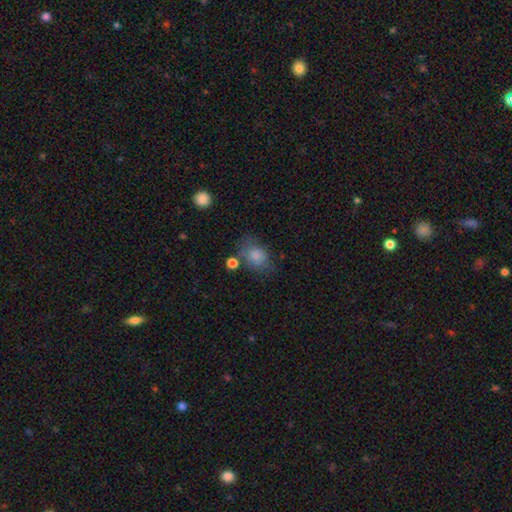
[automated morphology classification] This is clearly a smooth galaxy (81%). How rounded: likely in between (67%). Merging: possibly none (55%).